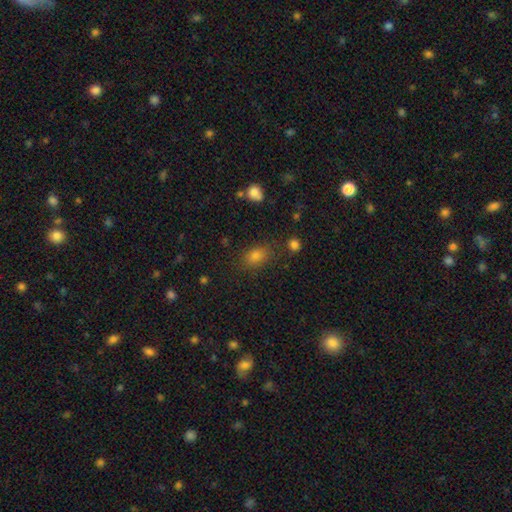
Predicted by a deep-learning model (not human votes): Smooth or featured: smooth — 76% (star or artifact — 17%)
How rounded: in between — 73% (round — 25%)
Merging: none — 80% (minor disturbance — 13%)